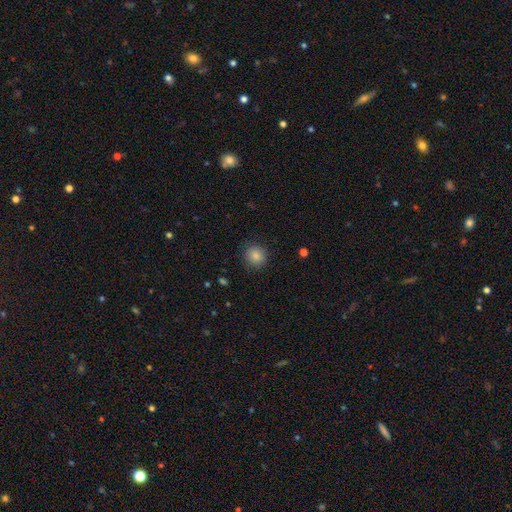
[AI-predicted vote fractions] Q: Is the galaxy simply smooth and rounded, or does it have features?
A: smooth — 85%.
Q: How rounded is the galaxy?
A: round — 87%.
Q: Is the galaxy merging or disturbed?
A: none — 87%.